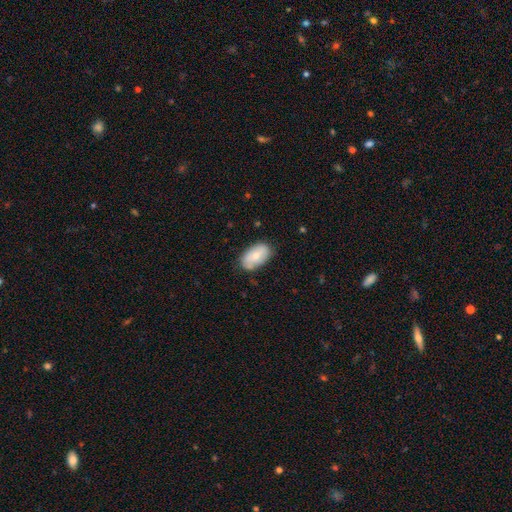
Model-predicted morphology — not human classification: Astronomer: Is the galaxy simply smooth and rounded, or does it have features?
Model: smooth — 66%.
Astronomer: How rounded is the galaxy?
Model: in between — 93%.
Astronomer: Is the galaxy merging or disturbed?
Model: none — 73%.